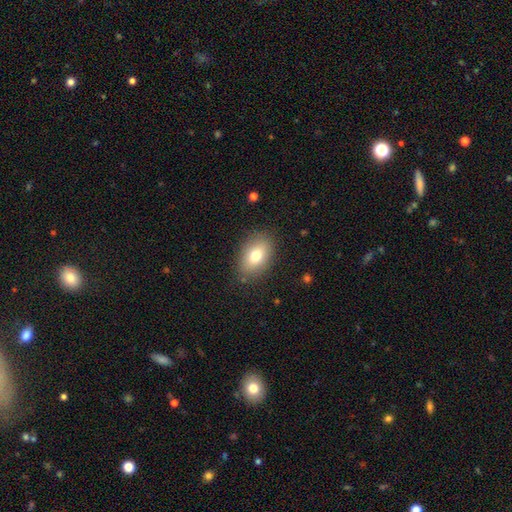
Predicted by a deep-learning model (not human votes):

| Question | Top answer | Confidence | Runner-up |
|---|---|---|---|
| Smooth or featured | smooth | 76% | featured or disk (15%) |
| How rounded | in between | 86% | round (12%) |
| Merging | none | 84% | minor disturbance (11%) |